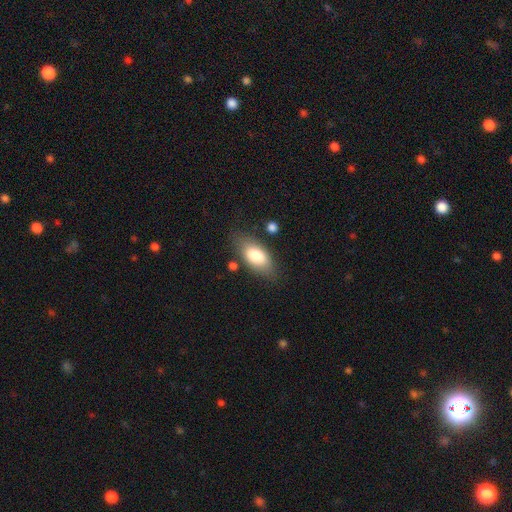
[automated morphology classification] Overall: smooth (79%). How rounded: in between (88%). Merging: none (74%).